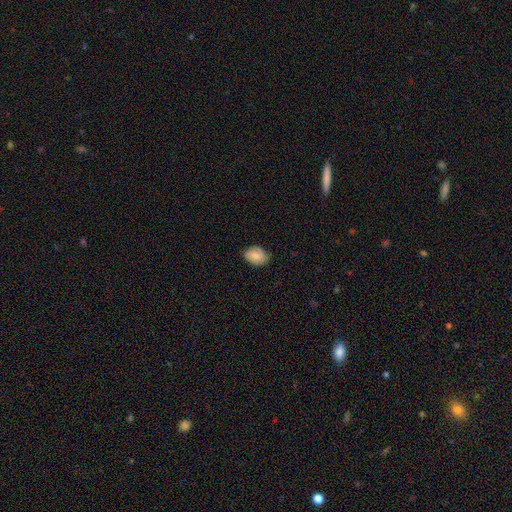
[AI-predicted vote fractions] This is likely a smooth galaxy (69%). How rounded: likely in between (74%). Merging: likely none (76%).